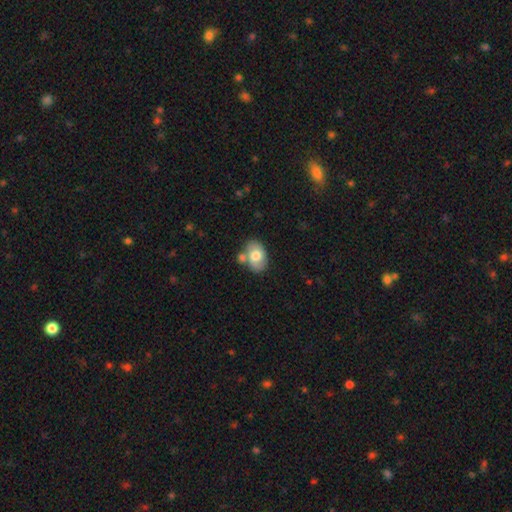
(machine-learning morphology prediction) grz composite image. It shows a smooth galaxy with no disk features (71%) that is in between round and cigar-shaped (82%). Merging: none (61%).